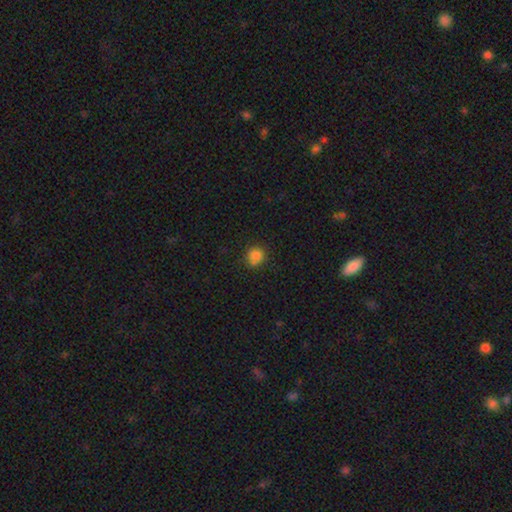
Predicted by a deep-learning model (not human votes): This appears to be a smooth galaxy with no disk features (81%) that is round (80%). Merging: none (70%).